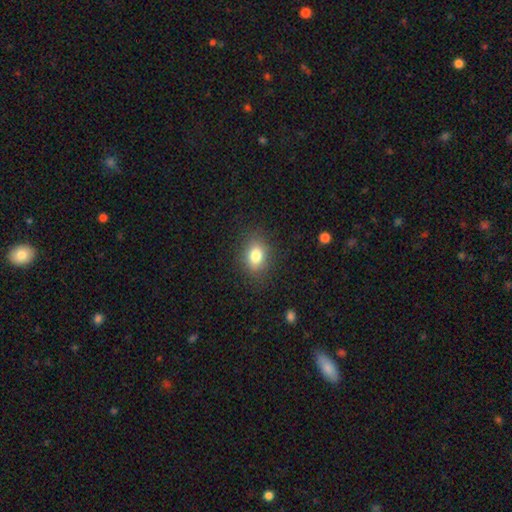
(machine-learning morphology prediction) The model was most divided on "how rounded": in between: 65%, round: 33%, cigar-shaped: 2%. More confident: merging — none (84%); smooth or featured — smooth (80%).